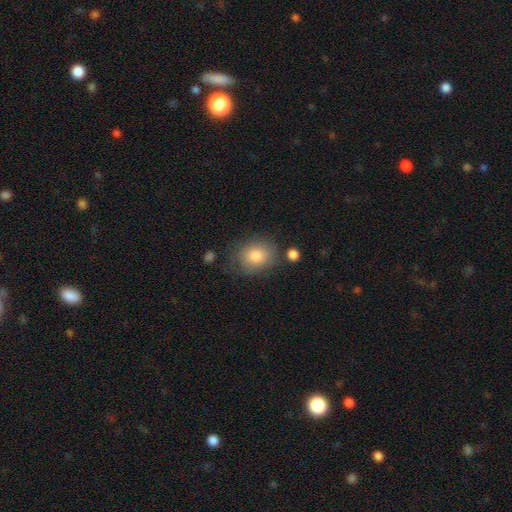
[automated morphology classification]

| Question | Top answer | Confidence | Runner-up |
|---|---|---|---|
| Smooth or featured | smooth | 81% | featured or disk (11%) |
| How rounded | round | 55% | in between (44%) |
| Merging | none | 69% | minor disturbance (20%) |